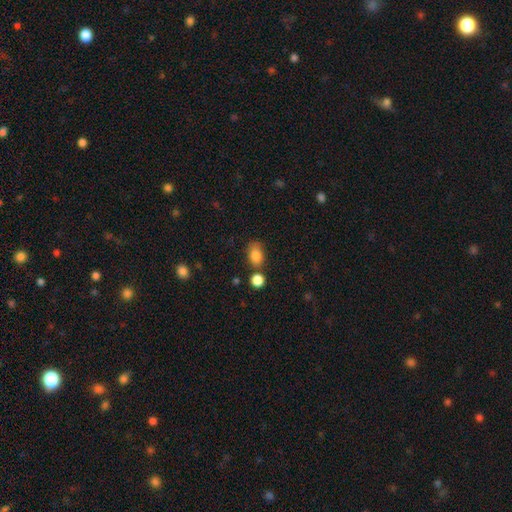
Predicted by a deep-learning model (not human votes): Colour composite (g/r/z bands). It shows a smooth galaxy with no disk features (84%) that is in between round and cigar-shaped (75%). Merging: none (60%).